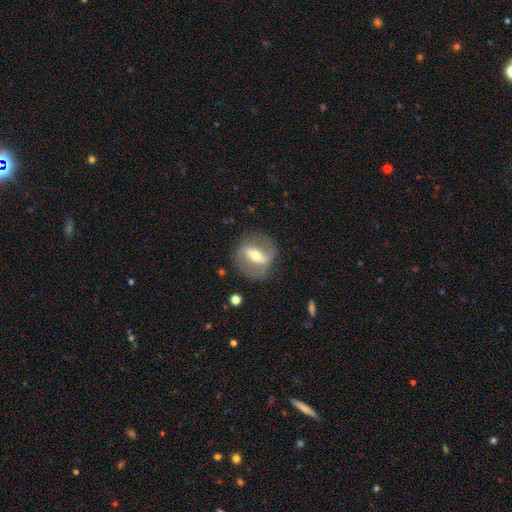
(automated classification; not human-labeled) Smooth or featured: featured or disk — 72% (smooth — 22%)
Edge-on disk: no — 88% (yes — 12%)
Bar: strong — 58% (weak — 28%)
Spiral arms: yes — 60% (no — 40%)
Bulge size: moderate — 62% (small — 28%)
Merging: none — 75% (minor disturbance — 15%)